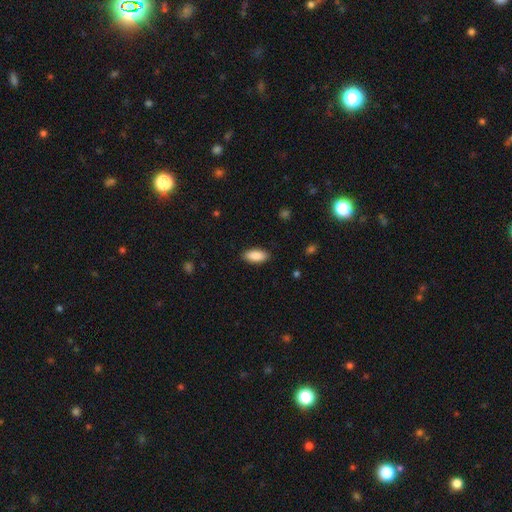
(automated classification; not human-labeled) smooth-or-featured: smooth: 89% | star or artifact: 6% | featured or disk: 5%
  how-rounded: in between: 88% | cigar-shaped: 10% | round: 2%
  merging: none: 89% | minor disturbance: 8% | major disturbance: 2% | merger: 1%